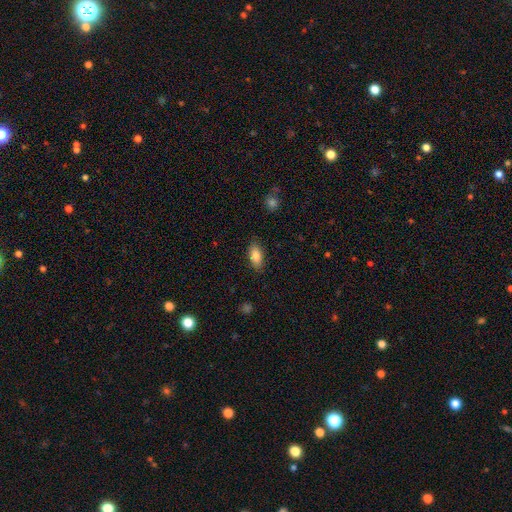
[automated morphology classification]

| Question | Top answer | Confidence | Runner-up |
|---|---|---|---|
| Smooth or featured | smooth | 84% | featured or disk (9%) |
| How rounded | in between | 88% | cigar-shaped (9%) |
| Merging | none | 86% | minor disturbance (10%) |